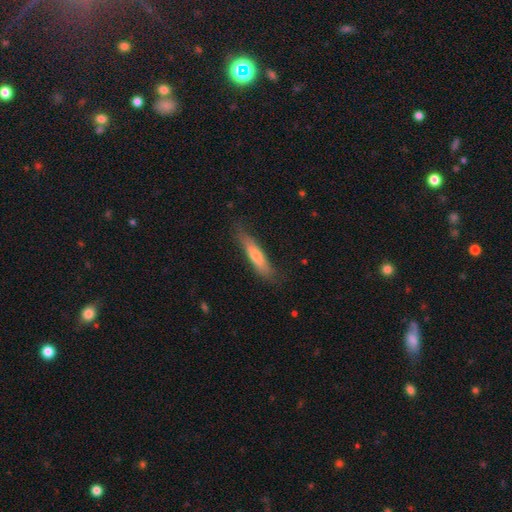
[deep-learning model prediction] Morphology: type=smooth (57%); roundness=cigar-shaped (84%); merging=none (76%).